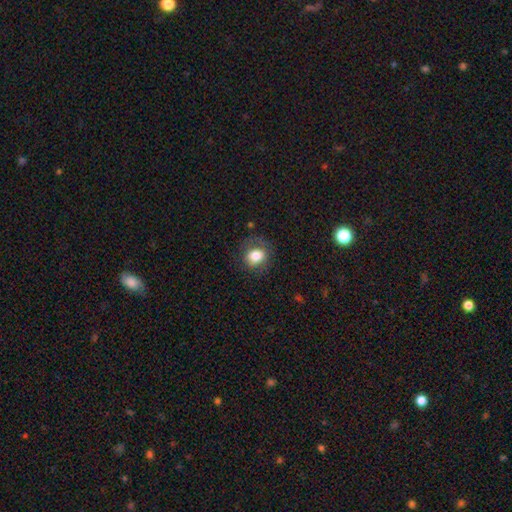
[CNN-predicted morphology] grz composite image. It shows a smooth galaxy with no disk features (78%) that is round (62%). Merging: none (73%).